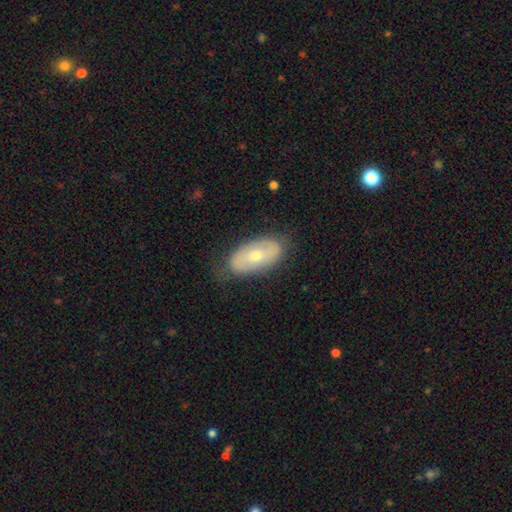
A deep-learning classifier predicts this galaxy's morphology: Smooth or featured?
  - featured or disk: 49% *
  - smooth: 44%
  - star or artifact: 6%
Merging?
  - none: 74% *
  - minor disturbance: 19%
  - major disturbance: 6%
  - merger: 1%